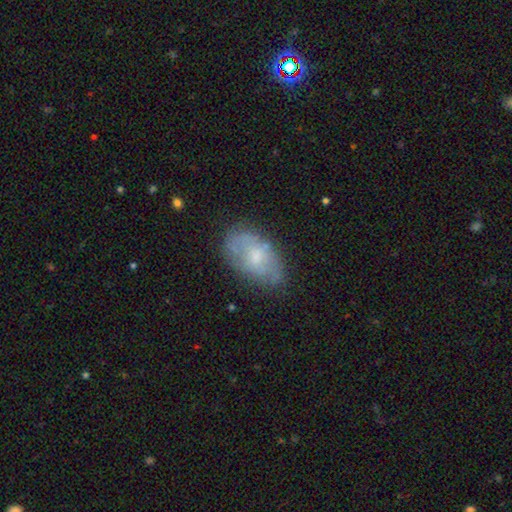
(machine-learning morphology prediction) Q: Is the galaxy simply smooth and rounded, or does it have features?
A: smooth — 47%.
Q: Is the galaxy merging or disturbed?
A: none — 63%.